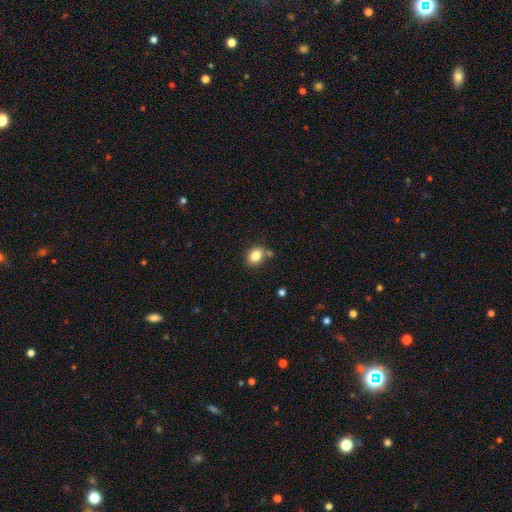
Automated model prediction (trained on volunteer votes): A smooth galaxy with no disk features (83%) that is round (62%).

Vote fractions:
- Smooth or featured? smooth: 83% / star or artifact: 11% / featured or disk: 7%
- How rounded? round: 62% / in between: 37% / cigar-shaped: 1%
- Merging? none: 70% / minor disturbance: 15% / merger: 11% / major disturbance: 4%